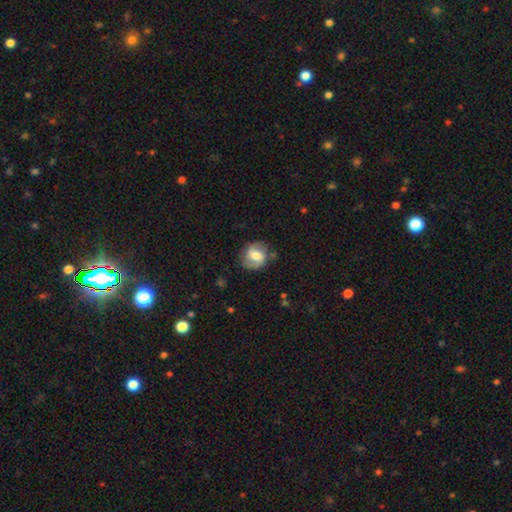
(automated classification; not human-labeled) A smooth galaxy with no disk features (49%).

Vote fractions:
- Smooth or featured? smooth: 49% / featured or disk: 44% / star or artifact: 7%
- Merging? none: 75% / minor disturbance: 17% / major disturbance: 6% / merger: 2%